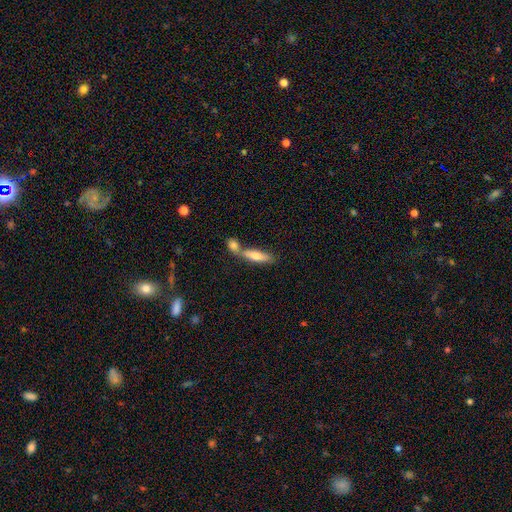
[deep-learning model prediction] Smooth or featured?
  - smooth: 67% *
  - featured or disk: 27%
  - star or artifact: 6%
How rounded?
  - cigar-shaped: 60% *
  - in between: 37%
  - round: 3%
Merging?
  - merger: 45% *
  - none: 42%
  - minor disturbance: 9%
  - major disturbance: 3%